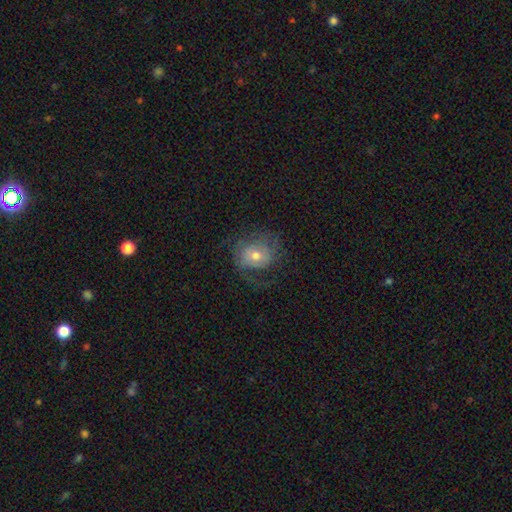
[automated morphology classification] featured or disk 50%, smooth 40%, star or artifact 9%. Down the decision tree: edge-on disk — no (96%); merging — none (54%).